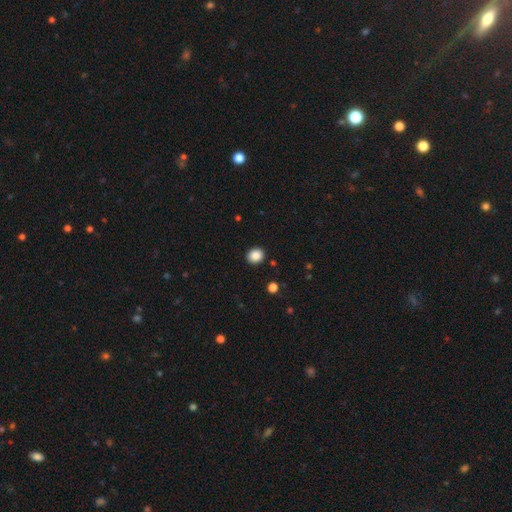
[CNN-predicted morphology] Smooth or featured? smooth (87%)
How rounded? round (82%)
Merging? none (91%)